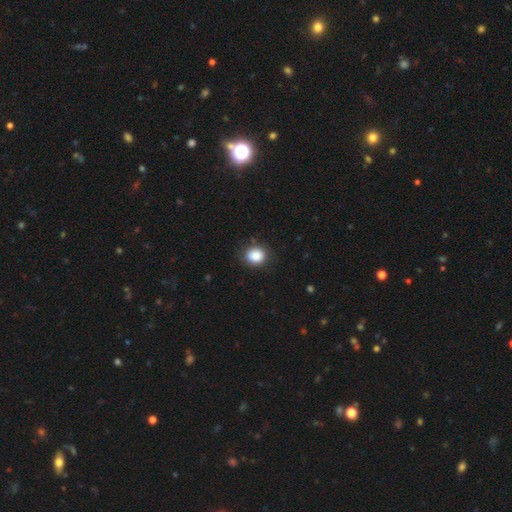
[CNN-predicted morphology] This is clearly a smooth galaxy (87%). How rounded: likely round (75%). Merging: clearly none (86%).